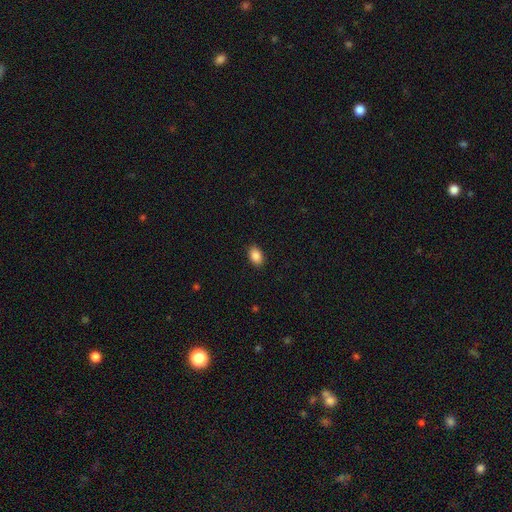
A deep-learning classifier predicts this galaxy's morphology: smooth_or_featured: smooth (p=0.88) [alt: star or artifact p=0.08]
how_rounded: in between (p=0.88) [alt: round p=0.11]
merging: none (p=0.89) [alt: minor disturbance p=0.08]